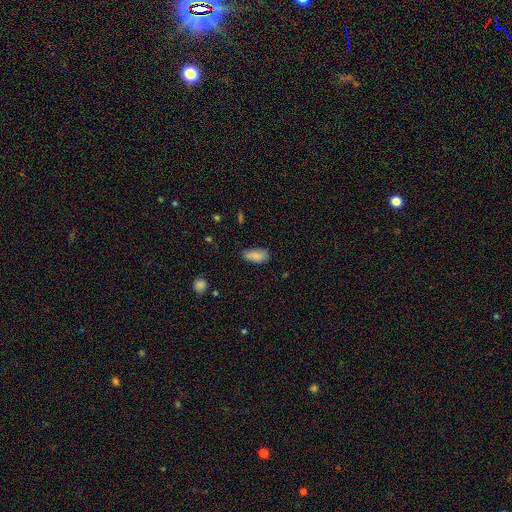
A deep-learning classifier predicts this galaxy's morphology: smooth 86%, star or artifact 8%, featured or disk 7%. Down the decision tree: how rounded — in between (89%); merging — none (74%).